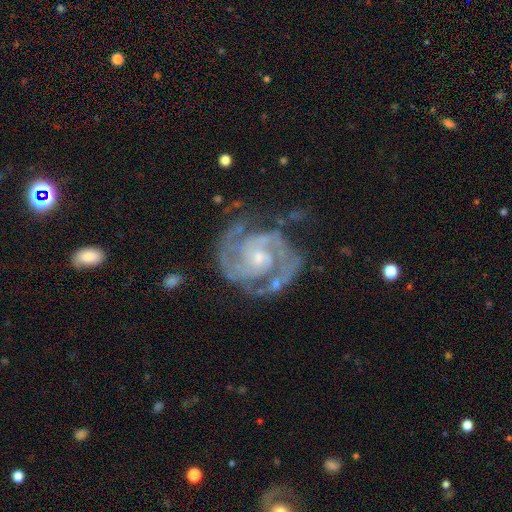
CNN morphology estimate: A featured or disk galaxy (92%) with no bar (63%), 2 (79%) tight (60%) spiral arms (98%) and a small central bulge (65%). Merging: none (71%).